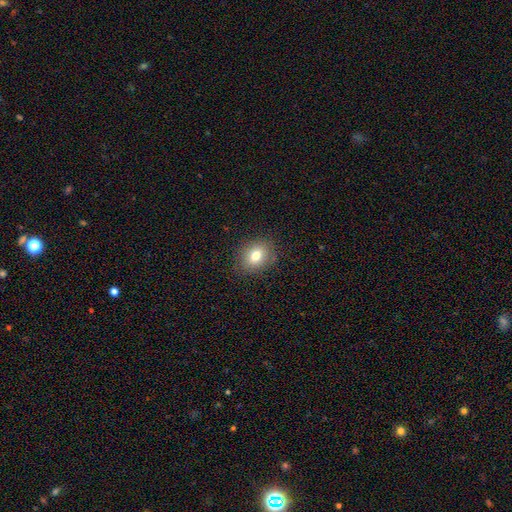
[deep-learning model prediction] Smooth or featured? Predicted: smooth (p=0.78). How rounded? Predicted: in between (p=0.50). Merging? Predicted: none (p=0.85).